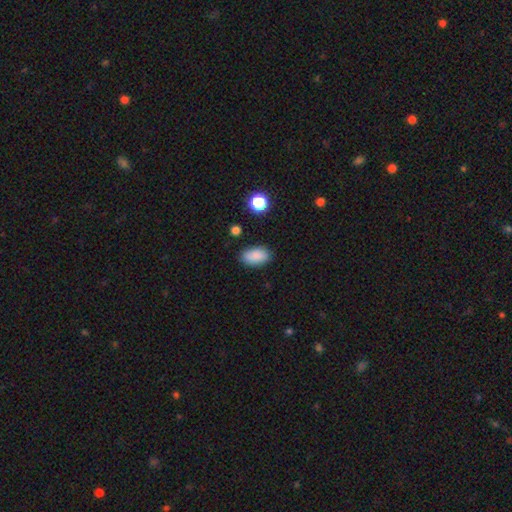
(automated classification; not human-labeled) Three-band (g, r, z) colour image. It shows a smooth galaxy with no disk features (87%) that is in between round and cigar-shaped (92%). Merging: none (85%).